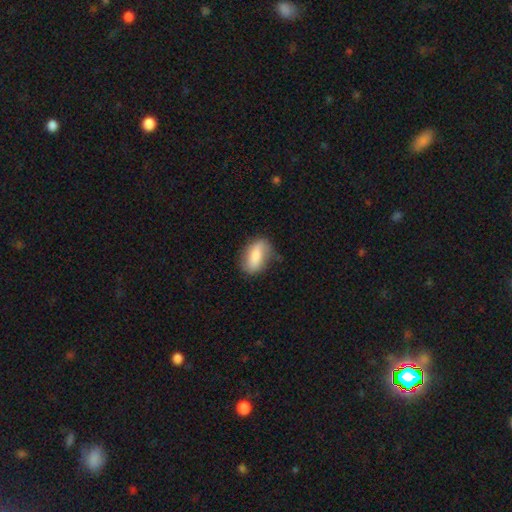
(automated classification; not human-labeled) Smooth or featured? Predicted: smooth (p=0.67). How rounded? Predicted: in between (p=0.84). Merging? Predicted: none (p=0.68).